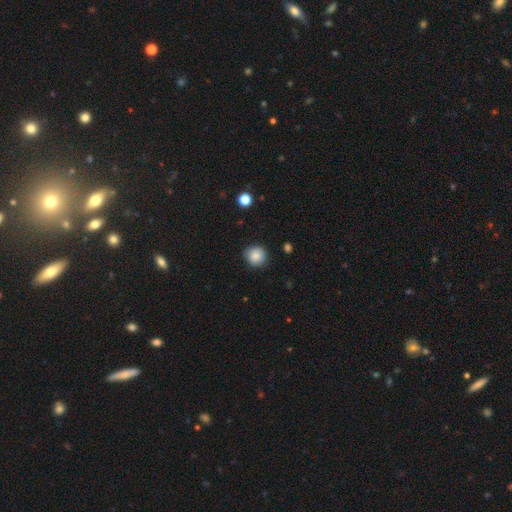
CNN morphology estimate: Smooth or featured? smooth (86%)
How rounded? round (90%)
Merging? none (79%)